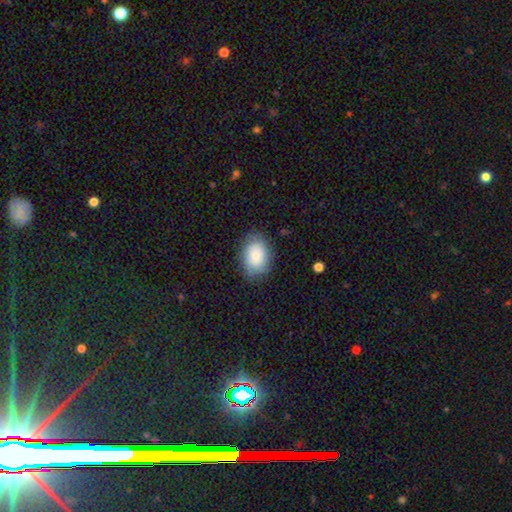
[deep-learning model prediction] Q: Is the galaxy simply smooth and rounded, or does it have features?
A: smooth — 81%.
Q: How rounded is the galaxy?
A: in between — 77%.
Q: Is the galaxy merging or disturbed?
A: none — 78%.